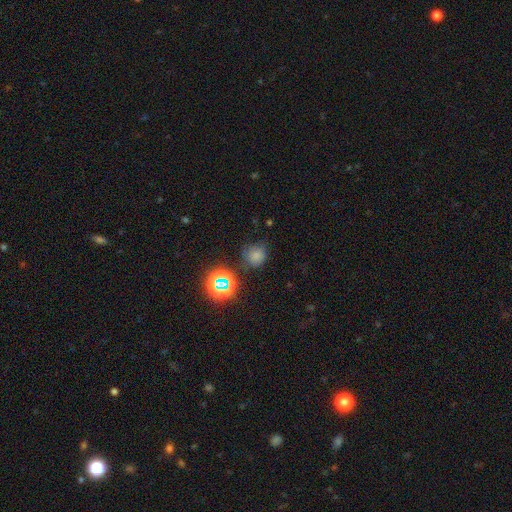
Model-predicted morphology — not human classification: Smooth or featured? Predicted: smooth (p=0.69). How rounded? Predicted: round (p=0.87). Merging? Predicted: none (p=0.71).